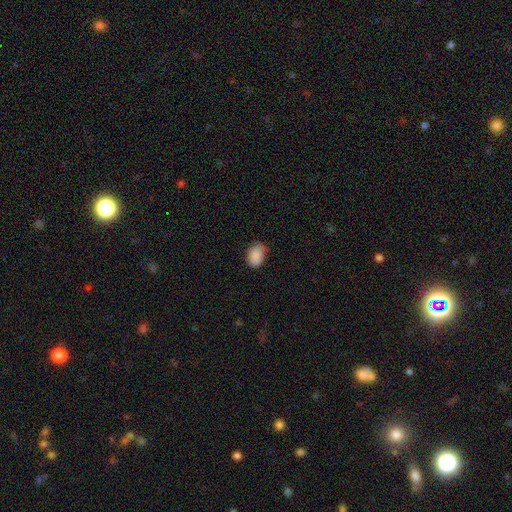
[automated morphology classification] smooth_or_featured: smooth (p=0.88) [alt: star or artifact p=0.08]
how_rounded: in between (p=0.79) [alt: round p=0.20]
merging: none (p=0.66) [alt: minor disturbance p=0.27]